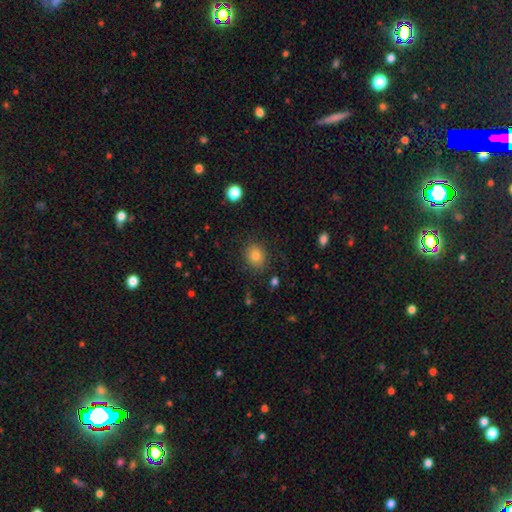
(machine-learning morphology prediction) Overall: smooth (79%). How rounded: round (60%; in between 39%). Merging: none (84%).